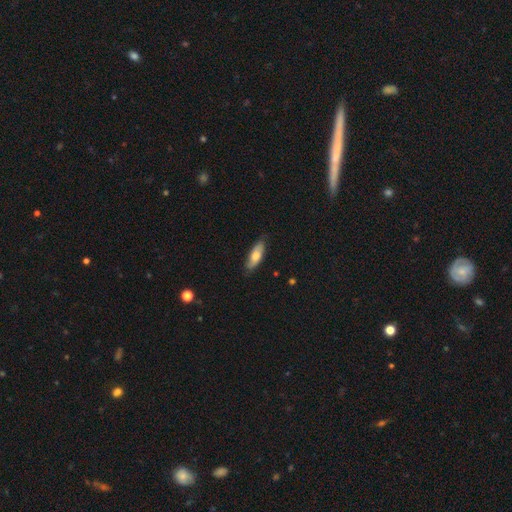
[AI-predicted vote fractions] The model was most divided on "how rounded": in between: 63%, cigar-shaped: 35%, round: 2%. More confident: merging — none (81%); smooth or featured — smooth (69%).